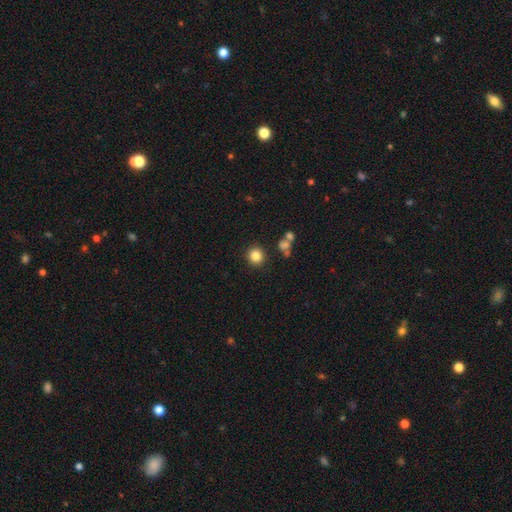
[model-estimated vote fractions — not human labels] A smooth galaxy with no disk features (83%) that is round (91%). Merging: none (87%).